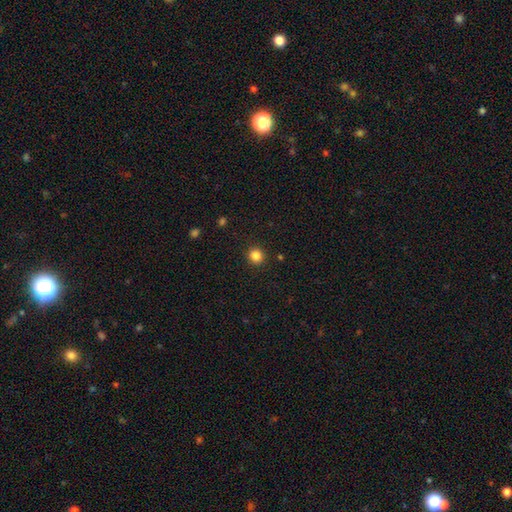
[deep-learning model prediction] Q: Smooth or featured?
A: smooth (84%); runner-up: star or artifact (12%)
Q: How rounded?
A: round (90%); runner-up: in between (9%)
Q: Merging?
A: none (92%); runner-up: minor disturbance (5%)